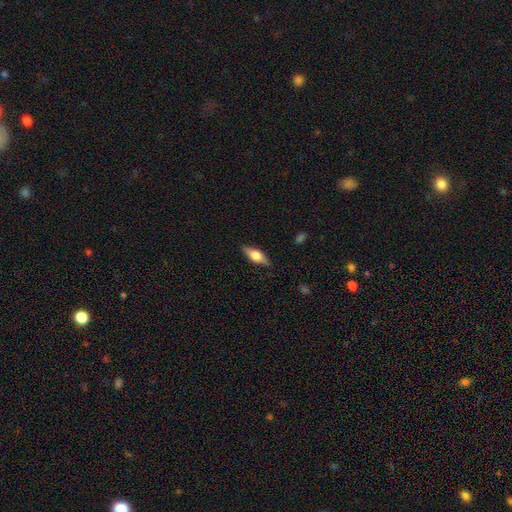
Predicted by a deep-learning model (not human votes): Smooth or featured? Predicted: smooth (p=0.53). How rounded? Predicted: in between (p=0.67). Merging? Predicted: none (p=0.85).